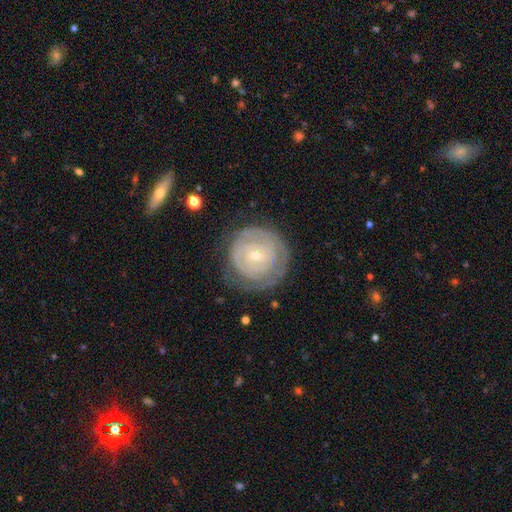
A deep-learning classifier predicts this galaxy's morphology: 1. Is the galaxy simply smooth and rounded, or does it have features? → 70% featured or disk, 24% smooth, 6% star or artifact.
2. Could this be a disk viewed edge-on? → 97% no, 3% yes.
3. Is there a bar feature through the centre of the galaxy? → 74% no, 21% weak, 5% strong.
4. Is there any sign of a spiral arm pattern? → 75% yes, 25% no.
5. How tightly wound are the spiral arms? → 81% tight, 14% medium, 5% loose.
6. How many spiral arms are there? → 53% can't tell, 21% 2, 9% 3, 8% 1, 5% 4, 4% more than 4.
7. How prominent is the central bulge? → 79% small, 18% moderate, 1% none, 1% large, 1% dominant.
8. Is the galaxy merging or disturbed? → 72% none, 18% minor disturbance, 8% major disturbance, 1% merger.